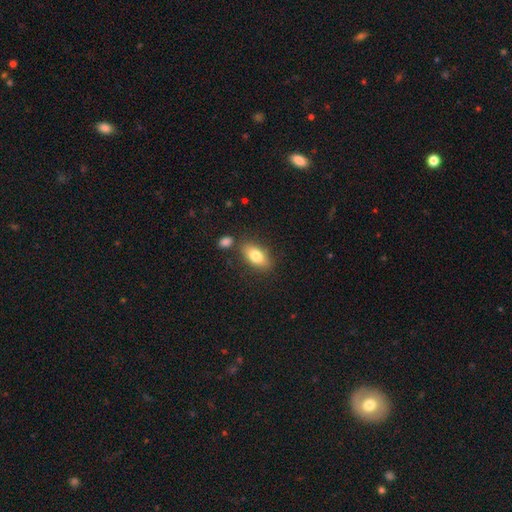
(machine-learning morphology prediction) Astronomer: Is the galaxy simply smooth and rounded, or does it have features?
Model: smooth — 78%.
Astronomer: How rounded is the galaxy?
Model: in between — 88%.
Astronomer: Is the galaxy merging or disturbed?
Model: none — 76%.